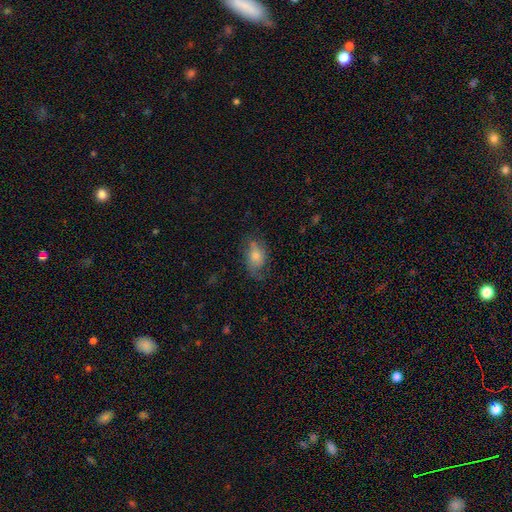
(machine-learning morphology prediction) smooth 56%, featured or disk 33%, star or artifact 12%. Down the decision tree: how rounded — in between (78%); merging — none (62%).